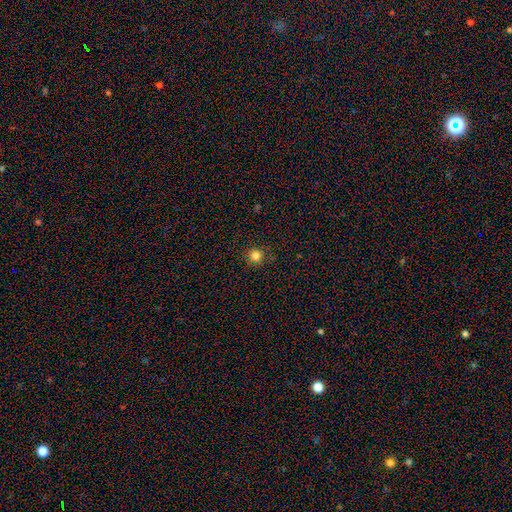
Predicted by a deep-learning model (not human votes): Smooth or featured? Predicted: smooth (p=0.82). How rounded? Predicted: round (p=0.95). Merging? Predicted: none (p=0.90).